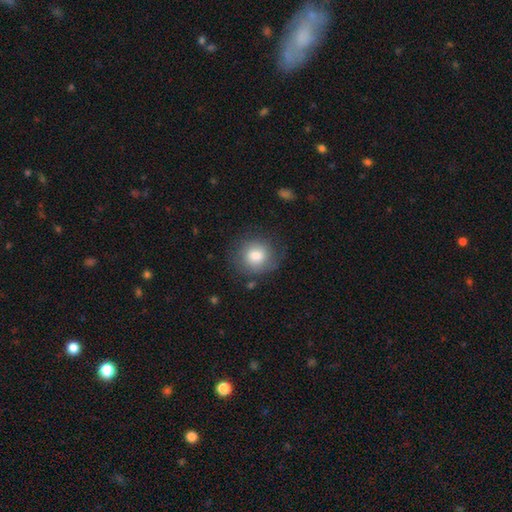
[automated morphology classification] smooth_or_featured: smooth (p=0.76) [alt: featured or disk p=0.17]
how_rounded: round (p=0.80) [alt: in between p=0.19]
merging: none (p=0.73) [alt: minor disturbance p=0.18]